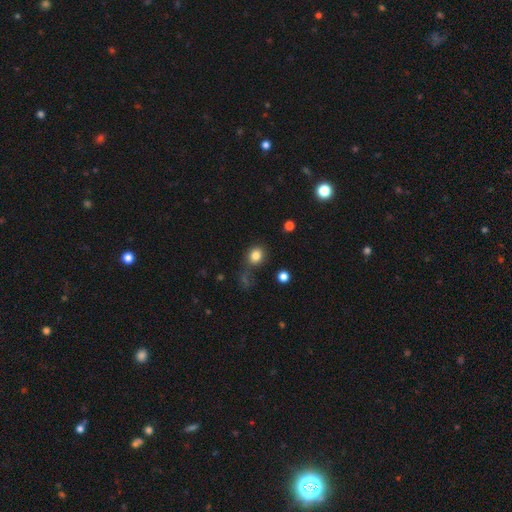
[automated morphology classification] This is clearly a smooth galaxy (82%). How rounded: likely round (68%). Merging: likely none (73%).